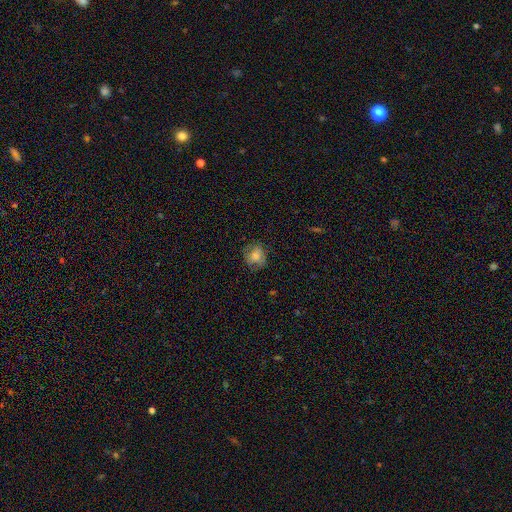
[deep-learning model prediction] Smooth or featured?
  - smooth: 75% *
  - featured or disk: 15%
  - star or artifact: 10%
How rounded?
  - round: 75% *
  - in between: 24%
  - cigar-shaped: 1%
Merging?
  - none: 73% *
  - minor disturbance: 19%
  - major disturbance: 7%
  - merger: 1%